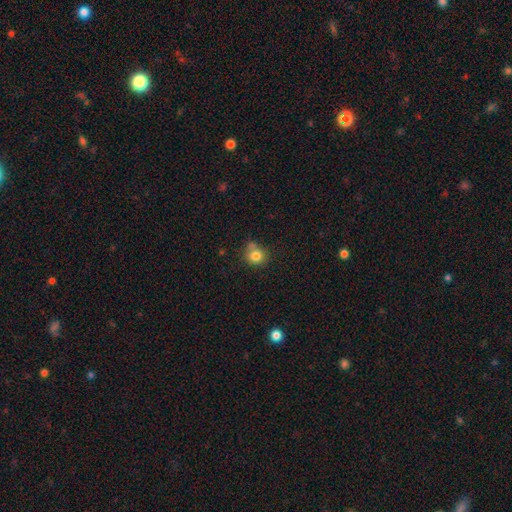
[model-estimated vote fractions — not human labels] Smooth or featured: smooth — 81% (star or artifact — 11%)
How rounded: round — 81% (in between — 18%)
Merging: none — 59% (minor disturbance — 20%)